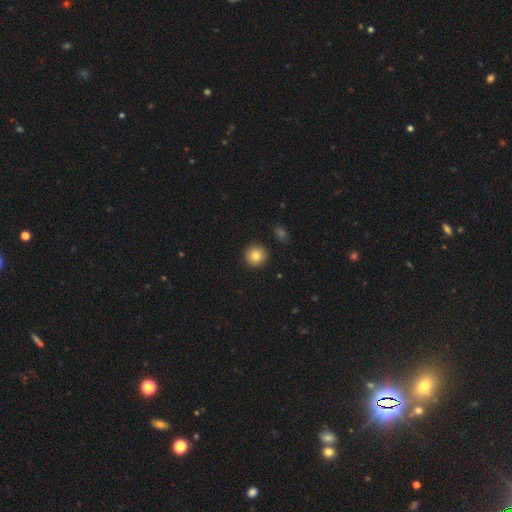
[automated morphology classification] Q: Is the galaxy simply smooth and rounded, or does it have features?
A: smooth — 82%.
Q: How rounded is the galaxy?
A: round — 95%.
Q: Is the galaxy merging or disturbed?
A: none — 92%.